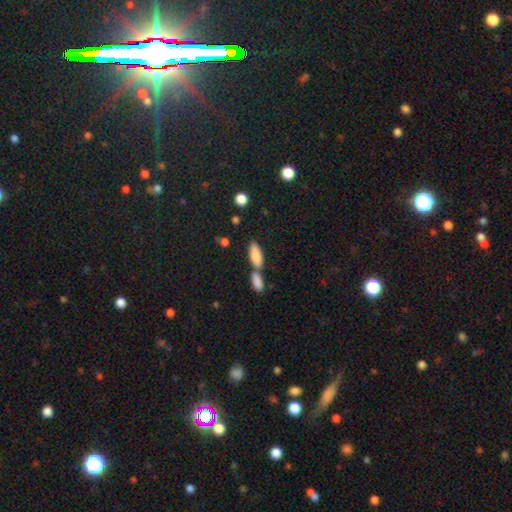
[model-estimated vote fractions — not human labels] The model was most divided on "merging": none: 48%, merger: 39%, minor disturbance: 10%, major disturbance: 3%. More confident: smooth or featured — smooth (82%); how rounded — in between (69%).